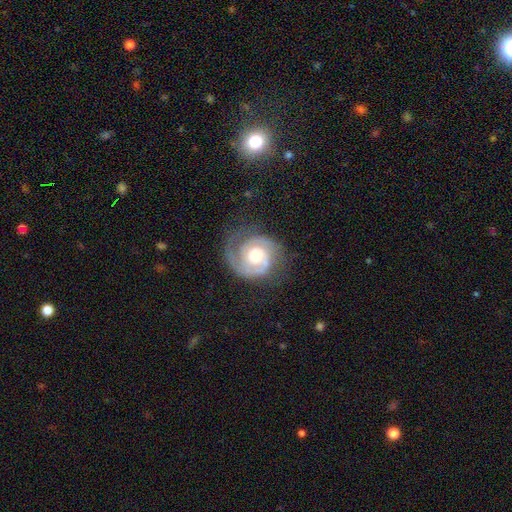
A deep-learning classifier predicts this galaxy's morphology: Q: Smooth or featured?
A: featured or disk (89%); runner-up: smooth (7%)
Q: Edge-on disk?
A: no (98%); runner-up: yes (2%)
Q: Bar?
A: no (71%); runner-up: weak (23%)
Q: Spiral arms?
A: yes (97%); runner-up: no (3%)
Q: Spiral winding?
A: tight (63%); runner-up: medium (30%)
Q: Spiral arm count?
A: 2 (70%); runner-up: 1 (14%)
Q: Bulge size?
A: moderate (68%); runner-up: small (20%)
Q: Merging?
A: none (73%); runner-up: minor disturbance (17%)